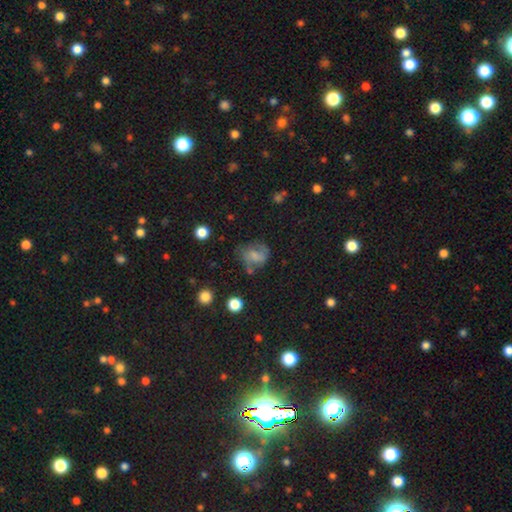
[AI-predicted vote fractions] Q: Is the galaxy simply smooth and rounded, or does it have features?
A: smooth — 45%.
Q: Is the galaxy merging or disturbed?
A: none — 52%.